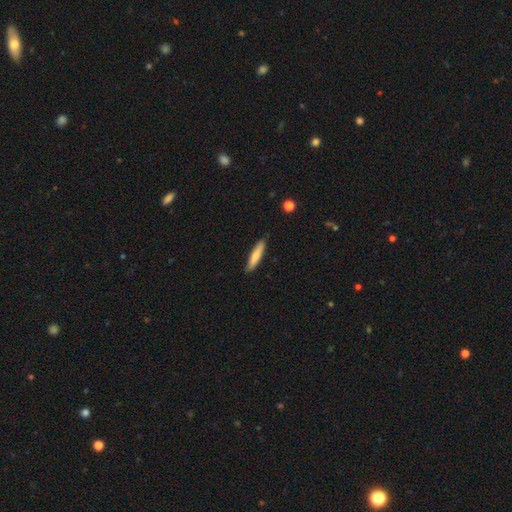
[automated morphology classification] Smooth or featured? Predicted: smooth (p=0.74). How rounded? Predicted: cigar-shaped (p=0.87). Merging? Predicted: none (p=0.87).